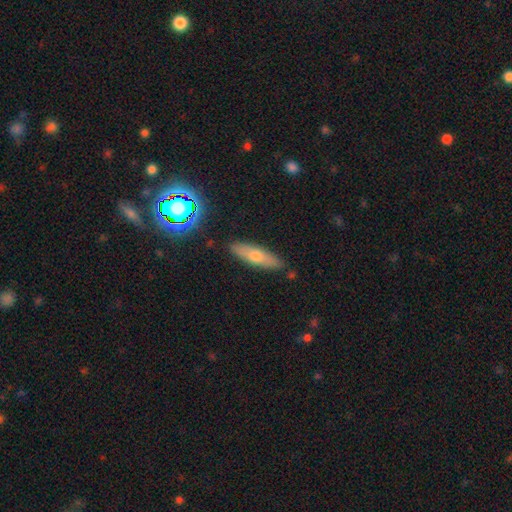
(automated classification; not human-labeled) Smooth or featured?
  - smooth: 57% *
  - featured or disk: 33%
  - star or artifact: 10%
How rounded?
  - cigar-shaped: 66% *
  - in between: 31%
  - round: 3%
Merging?
  - none: 87% *
  - minor disturbance: 9%
  - merger: 2%
  - major disturbance: 2%